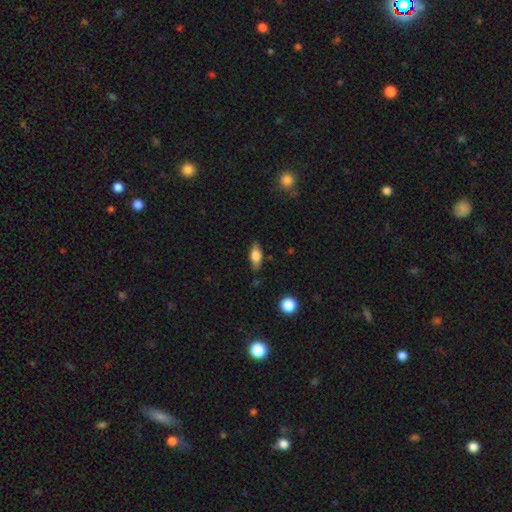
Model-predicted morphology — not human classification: A smooth galaxy with no disk features (63%) that is in between round and cigar-shaped (74%). Merging: none (79%).